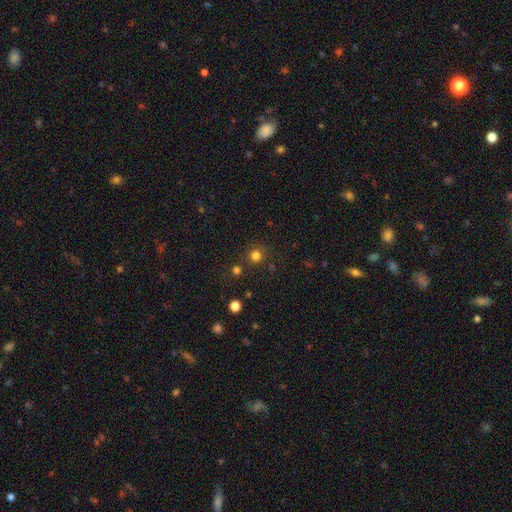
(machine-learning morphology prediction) smooth-or-featured: smooth: 77% | star or artifact: 18% | featured or disk: 5%
  how-rounded: round: 93% | in between: 6% | cigar-shaped: 1%
  merging: none: 81% | minor disturbance: 8% | merger: 6% | major disturbance: 4%